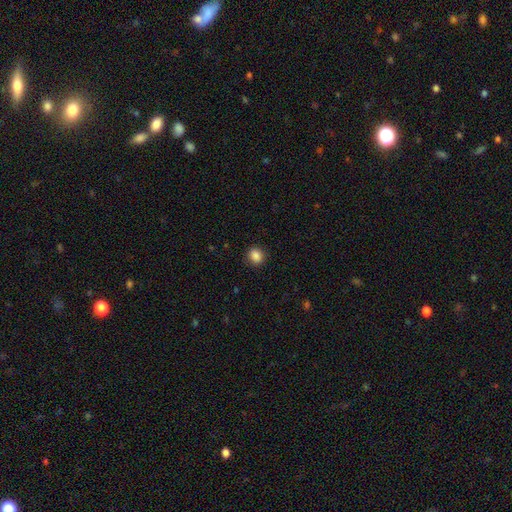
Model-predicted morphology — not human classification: The model was most divided on "how rounded": round: 75%, in between: 24%, cigar-shaped: 1%. More confident: merging — none (90%); smooth or featured — smooth (87%).